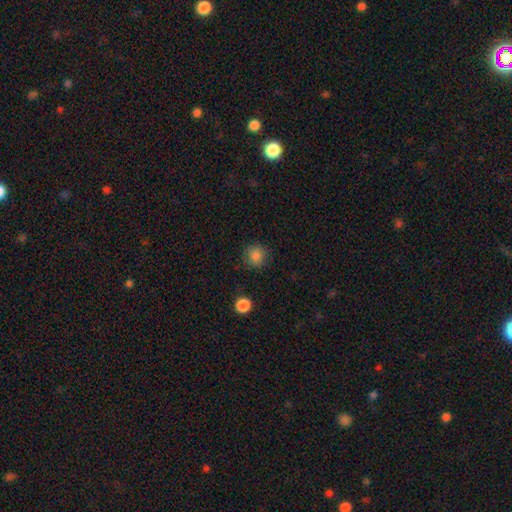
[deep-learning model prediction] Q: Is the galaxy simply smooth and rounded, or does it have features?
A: smooth — 85%.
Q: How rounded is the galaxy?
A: round — 90%.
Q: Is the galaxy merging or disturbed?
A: none — 86%.